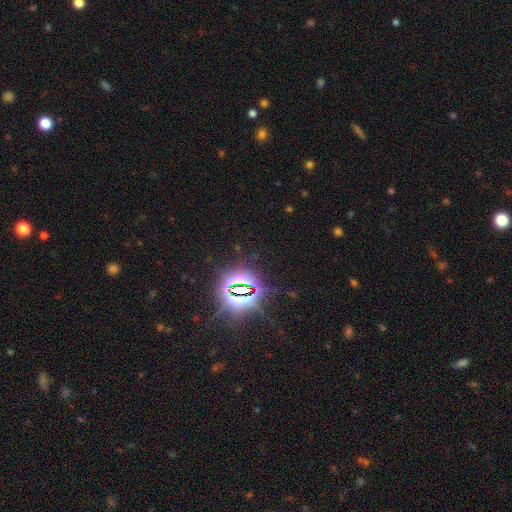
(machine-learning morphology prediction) smooth_or_featured: star or artifact (p=0.85) [alt: smooth p=0.08]